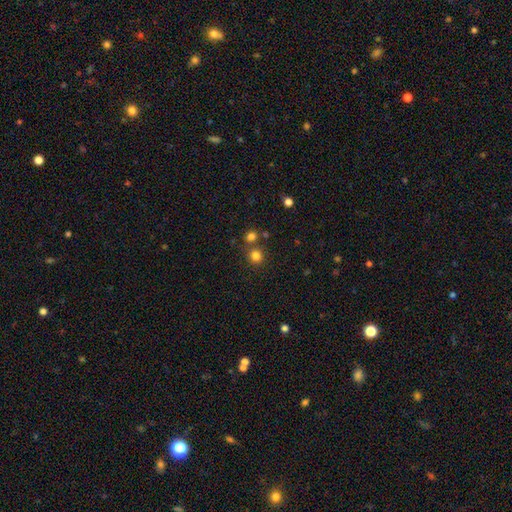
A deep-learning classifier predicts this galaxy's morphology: smooth 80%, star or artifact 15%, featured or disk 5%. Down the decision tree: how rounded — round (91%); merging — none (74%).